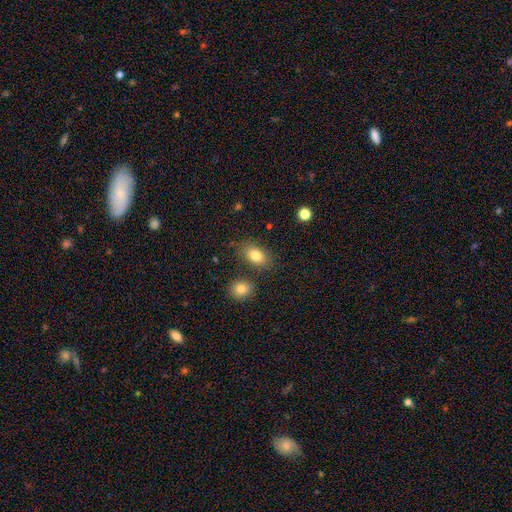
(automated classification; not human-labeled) Overall: smooth (82%). How rounded: in between (87%). Merging: none (77%).